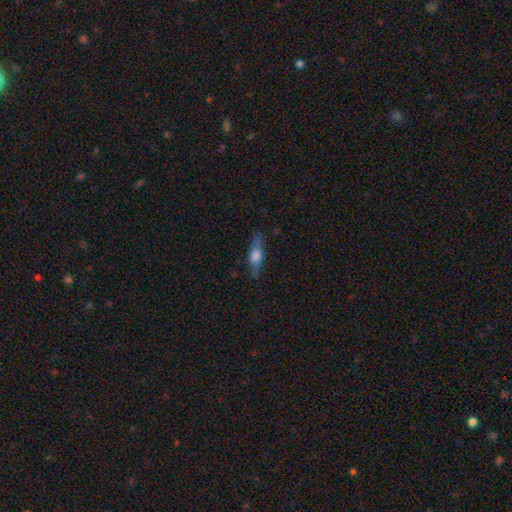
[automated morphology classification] This is possibly a featured or disk galaxy (47%). Merging: clearly none (81%).